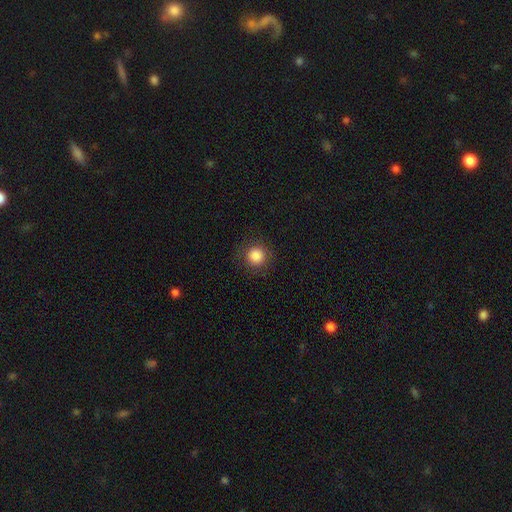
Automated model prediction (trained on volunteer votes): Smooth or featured? Predicted: smooth (p=0.86). How rounded? Predicted: round (p=0.94). Merging? Predicted: none (p=0.89).